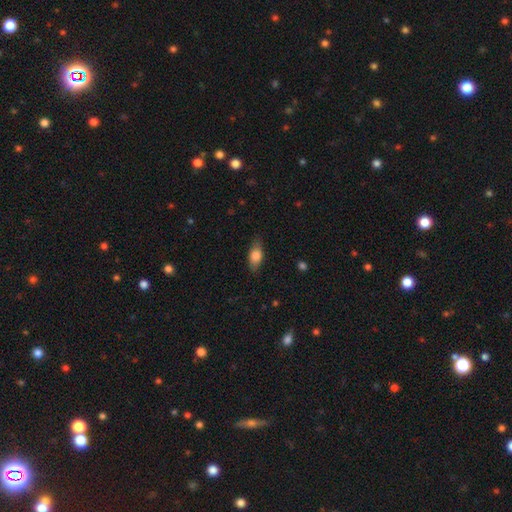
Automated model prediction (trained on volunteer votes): smooth_or_featured: smooth (p=0.76) [alt: featured or disk p=0.17]
how_rounded: in between (p=0.83) [alt: cigar-shaped p=0.12]
merging: none (p=0.79) [alt: minor disturbance p=0.16]